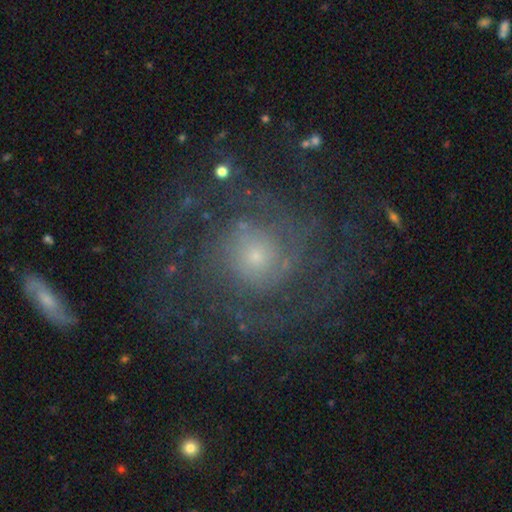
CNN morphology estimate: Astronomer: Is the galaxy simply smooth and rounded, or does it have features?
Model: featured or disk — 81%.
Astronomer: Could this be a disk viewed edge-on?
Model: no — 98%.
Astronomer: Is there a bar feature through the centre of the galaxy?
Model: no — 78%.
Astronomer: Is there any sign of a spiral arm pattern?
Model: yes — 94%.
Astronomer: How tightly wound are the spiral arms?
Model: tight — 56% (runner-up: medium, 33%).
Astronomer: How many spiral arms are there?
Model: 2 — 33% (runner-up: can't tell, 26%).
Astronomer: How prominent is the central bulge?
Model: small — 66%.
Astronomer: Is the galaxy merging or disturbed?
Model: none — 74%.